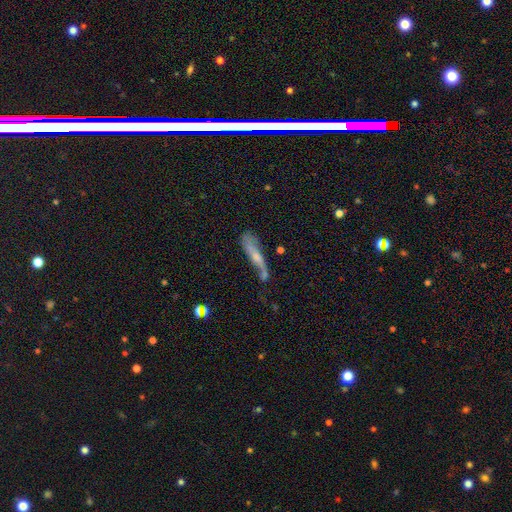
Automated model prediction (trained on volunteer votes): Smooth or featured: smooth — 50% (featured or disk — 42%)
Merging: none — 34% (minor disturbance — 27%)